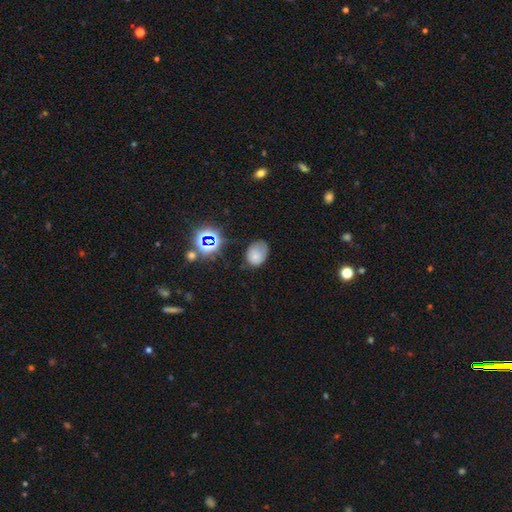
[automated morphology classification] Overall: smooth (68%). How rounded: in between (64%; round 35%). Merging: none (48%; minor disturbance 36%).